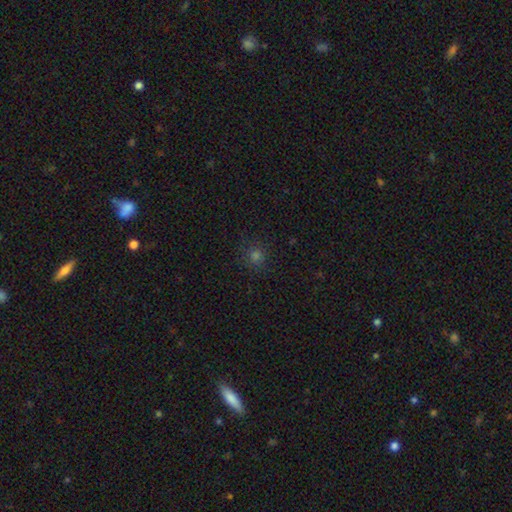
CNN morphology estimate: Overall: smooth (72%). How rounded: round (93%). Merging: none (89%).